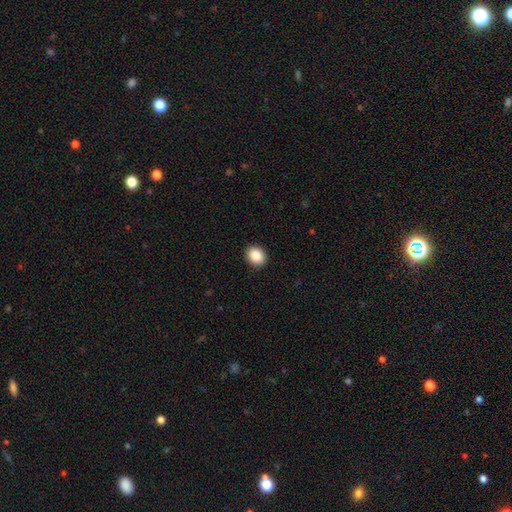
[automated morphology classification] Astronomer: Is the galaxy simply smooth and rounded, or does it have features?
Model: smooth — 86%.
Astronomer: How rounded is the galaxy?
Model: round — 60% (runner-up: in between, 40%).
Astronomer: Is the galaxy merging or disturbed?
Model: none — 92%.